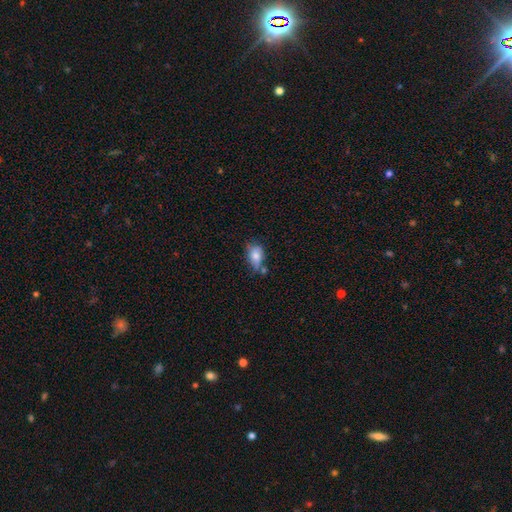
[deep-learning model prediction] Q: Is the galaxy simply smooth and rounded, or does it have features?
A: smooth — 76%.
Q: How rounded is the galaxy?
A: in between — 82%.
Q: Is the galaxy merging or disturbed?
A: none — 43%.